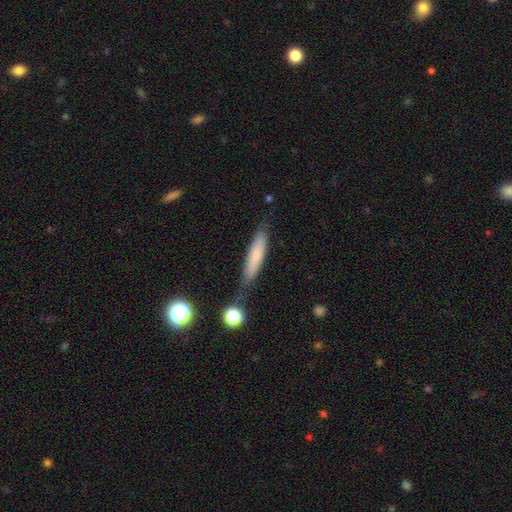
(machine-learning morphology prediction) A smooth galaxy with no disk features (72%) that is cigar-shaped (84%). Merging: none (75%).